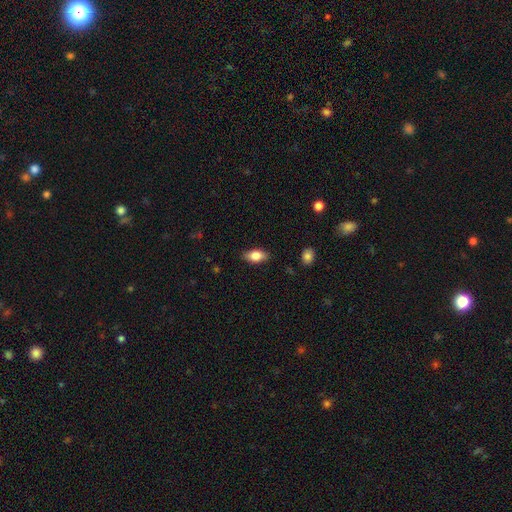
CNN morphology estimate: This appears to be a smooth galaxy with no disk features (79%) that is in between round and cigar-shaped (89%). Merging: none (85%).